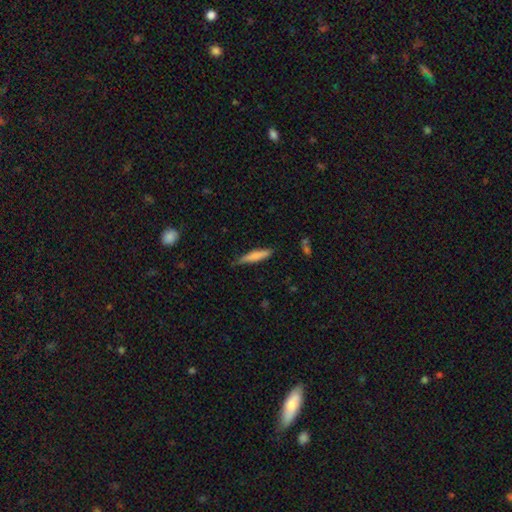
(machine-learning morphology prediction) Smooth or featured?
  - smooth: 74% *
  - featured or disk: 20%
  - star or artifact: 6%
How rounded?
  - cigar-shaped: 89% *
  - in between: 10%
  - round: 1%
Merging?
  - none: 80% *
  - minor disturbance: 16%
  - major disturbance: 2%
  - merger: 2%